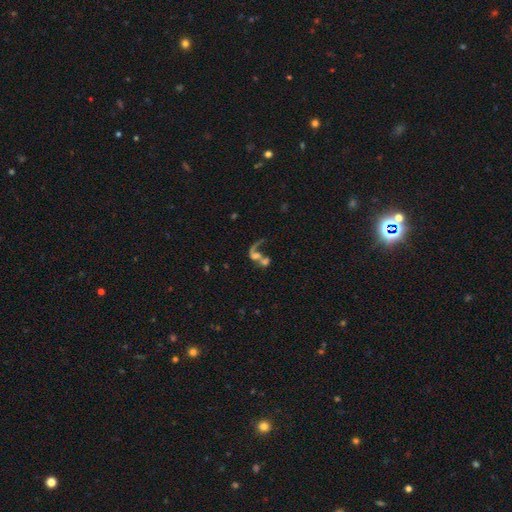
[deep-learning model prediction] A featured or disk galaxy (52%).

Vote fractions:
- Smooth or featured? featured or disk: 52% / smooth: 34% / star or artifact: 14%
- Edge-on disk? no: 95% / yes: 5%
- Merging? merger: 62% / major disturbance: 18% / none: 14% / minor disturbance: 6%